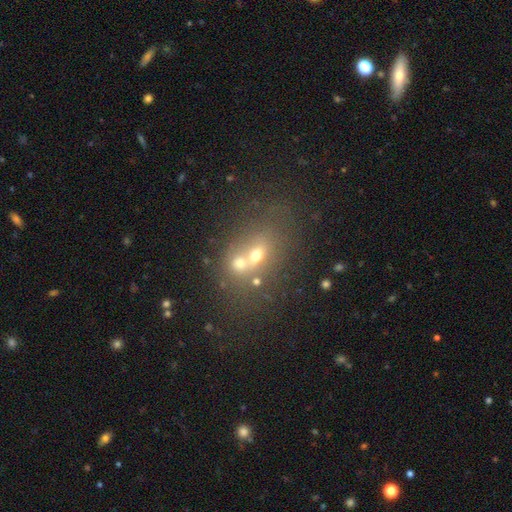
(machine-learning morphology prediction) Smooth or featured? Predicted: smooth (p=0.52). How rounded? Predicted: round (p=0.50). Merging? Predicted: merger (p=0.61).